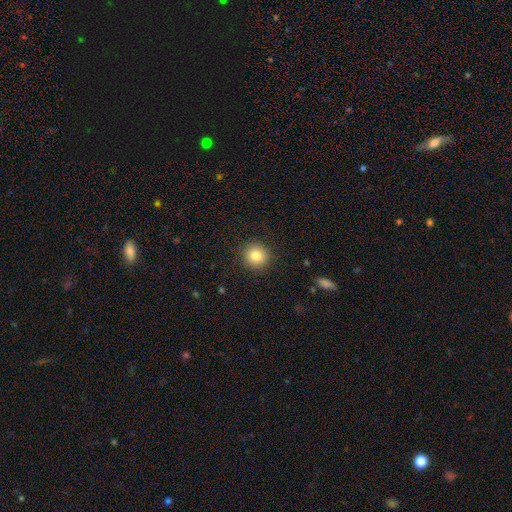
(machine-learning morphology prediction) The model was most divided on "smooth or featured": smooth: 83%, star or artifact: 10%, featured or disk: 7%. More confident: how rounded — round (93%); merging — none (91%).